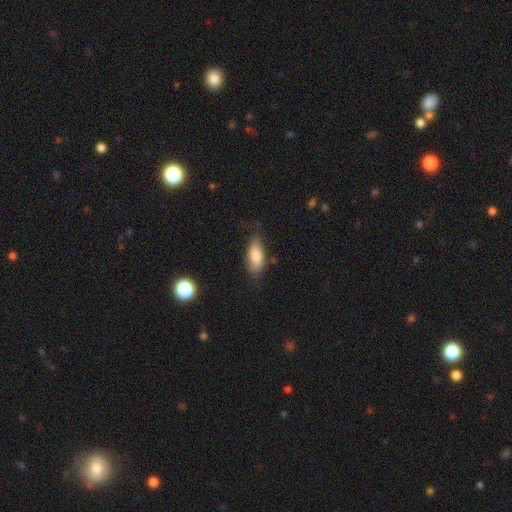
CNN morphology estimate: This is clearly a smooth galaxy (81%). How rounded: likely in between (79%). Merging: likely none (65%).